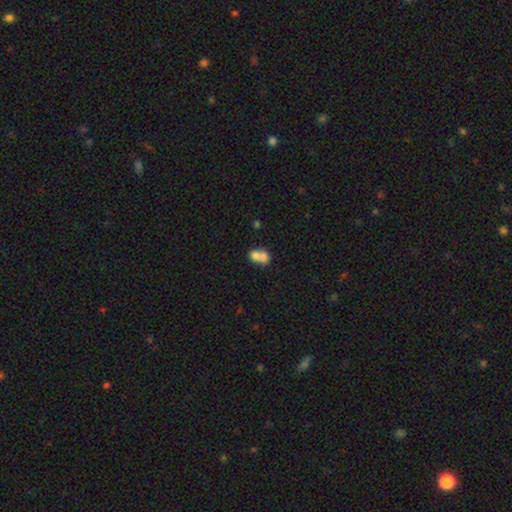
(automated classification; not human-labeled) smooth_or_featured: smooth (p=0.71) [alt: featured or disk p=0.19]
how_rounded: round (p=0.56) [alt: in between p=0.43]
merging: merger (p=0.72) [alt: none p=0.19]